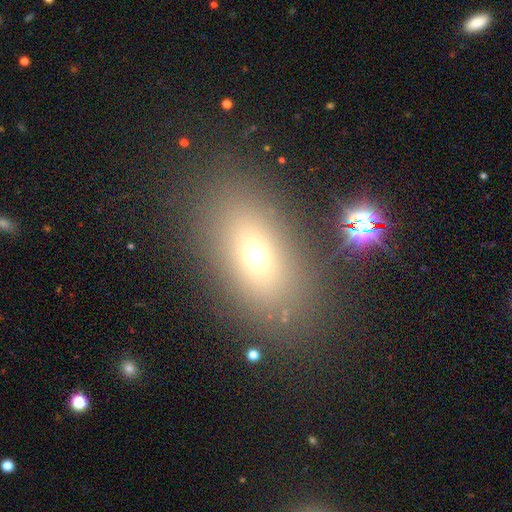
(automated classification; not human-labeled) The model was most divided on "smooth or featured": smooth: 65%, star or artifact: 19%, featured or disk: 16%. More confident: merging — none (80%); how rounded — in between (78%).